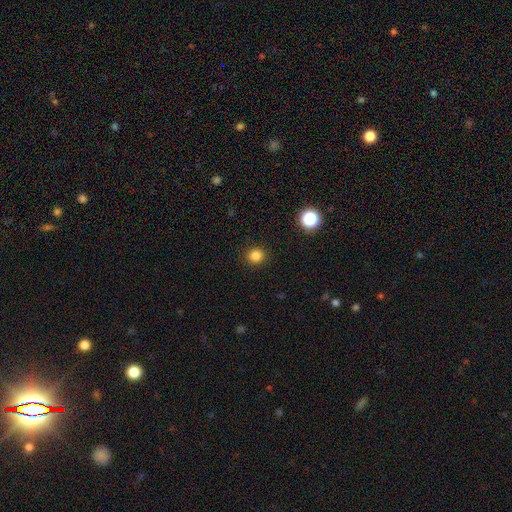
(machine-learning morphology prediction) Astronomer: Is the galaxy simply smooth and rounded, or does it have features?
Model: smooth — 84%.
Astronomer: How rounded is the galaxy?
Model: round — 89%.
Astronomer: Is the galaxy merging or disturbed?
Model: none — 91%.